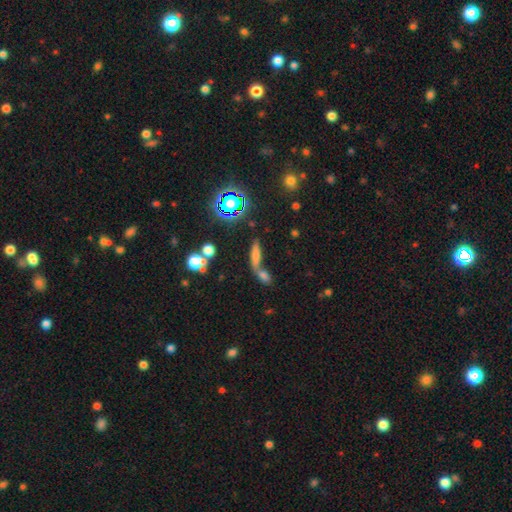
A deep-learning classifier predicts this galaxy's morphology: A smooth galaxy with no disk features (62%) that is cigar-shaped (59%).

Vote fractions:
- Smooth or featured? smooth: 62% / star or artifact: 20% / featured or disk: 18%
- How rounded? cigar-shaped: 59% / in between: 34% / round: 7%
- Merging? merger: 51% / none: 34% / minor disturbance: 9% / major disturbance: 6%